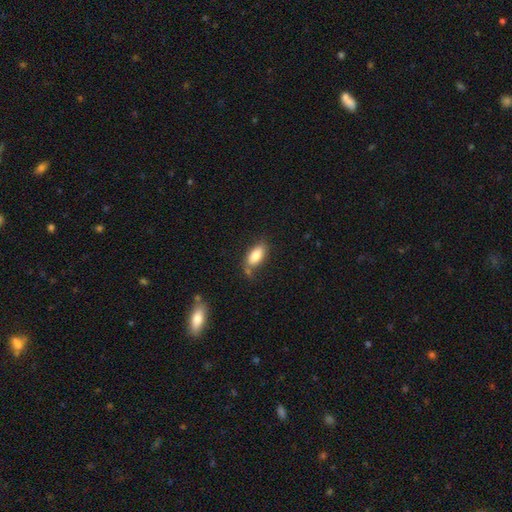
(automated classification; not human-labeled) The model was most divided on "merging": none: 65%, minor disturbance: 21%, merger: 8%, major disturbance: 6%. More confident: how rounded — in between (89%); smooth or featured — smooth (82%).